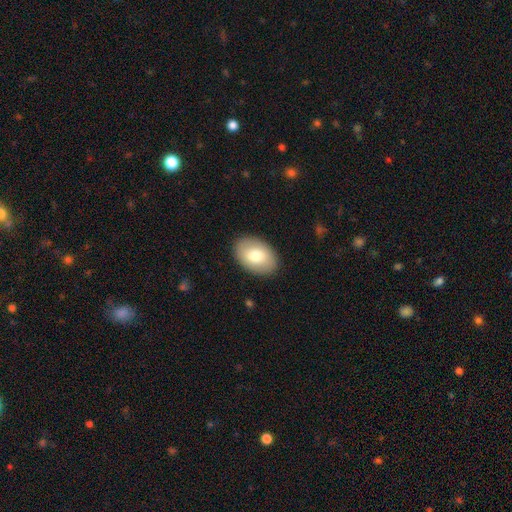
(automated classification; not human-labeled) Smooth or featured?
  - smooth: 75% *
  - featured or disk: 19%
  - star or artifact: 6%
How rounded?
  - in between: 86% *
  - round: 13%
  - cigar-shaped: 1%
Merging?
  - none: 88% *
  - minor disturbance: 8%
  - major disturbance: 2%
  - merger: 1%